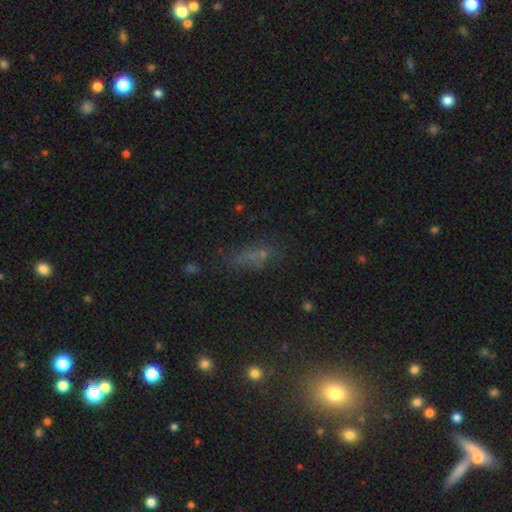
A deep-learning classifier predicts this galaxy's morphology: smooth_or_featured: smooth (p=0.47) [alt: star or artifact p=0.36]
merging: none (p=0.55) [alt: minor disturbance p=0.19]